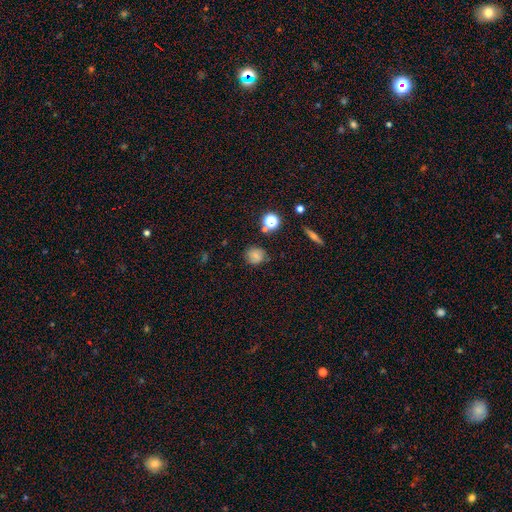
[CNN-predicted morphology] A smooth galaxy with no disk features (70%) that is round (83%). Merging: none (78%).